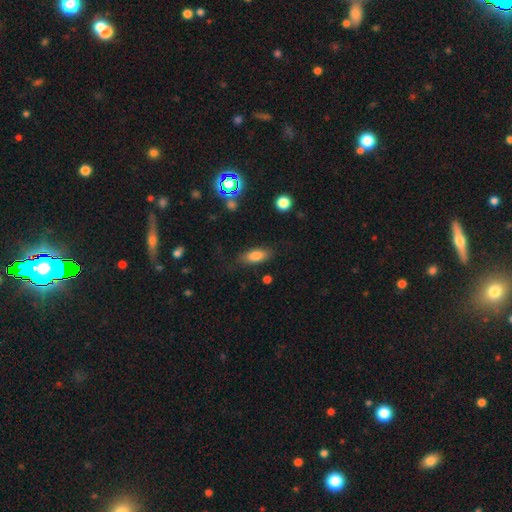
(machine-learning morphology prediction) Smooth or featured? Predicted: smooth (p=0.78). How rounded? Predicted: in between (p=0.80). Merging? Predicted: none (p=0.76).